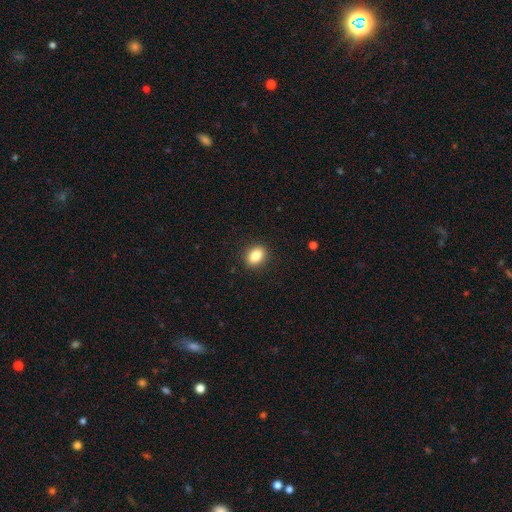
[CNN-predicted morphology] Smooth or featured?
  - smooth: 86% *
  - star or artifact: 9%
  - featured or disk: 5%
How rounded?
  - in between: 65% *
  - round: 34%
  - cigar-shaped: 1%
Merging?
  - none: 90% *
  - minor disturbance: 7%
  - major disturbance: 2%
  - merger: 1%